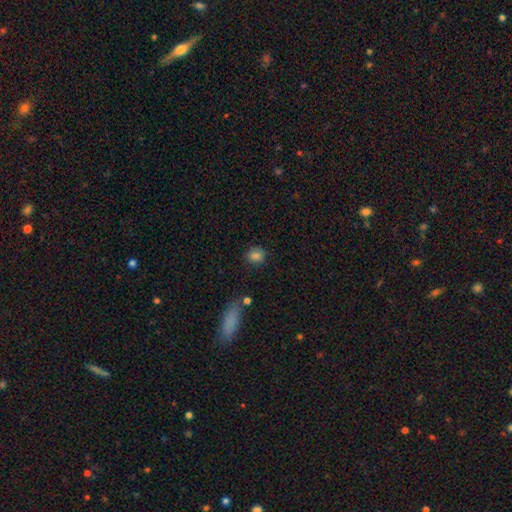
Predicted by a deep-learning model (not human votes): This appears to be a smooth galaxy with no disk features (83%) that is round (66%). Merging: none (80%).